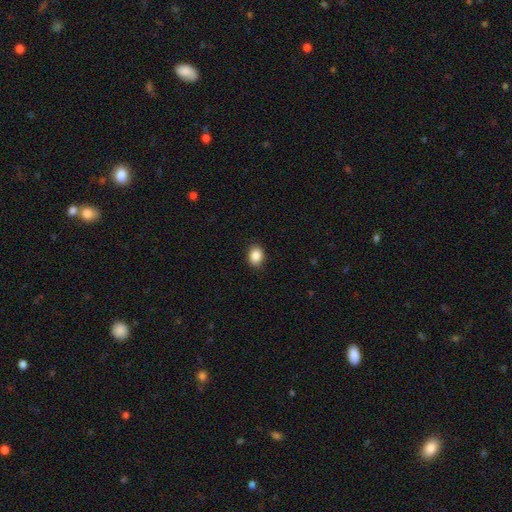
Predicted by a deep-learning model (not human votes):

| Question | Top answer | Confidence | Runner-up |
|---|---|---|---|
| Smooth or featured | smooth | 88% | star or artifact (8%) |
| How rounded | in between | 60% | round (39%) |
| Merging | none | 88% | minor disturbance (9%) |